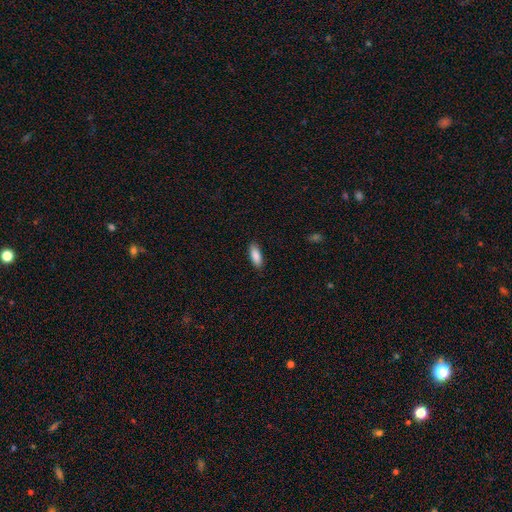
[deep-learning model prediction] Overall: smooth (89%). How rounded: in between (74%). Merging: none (88%).